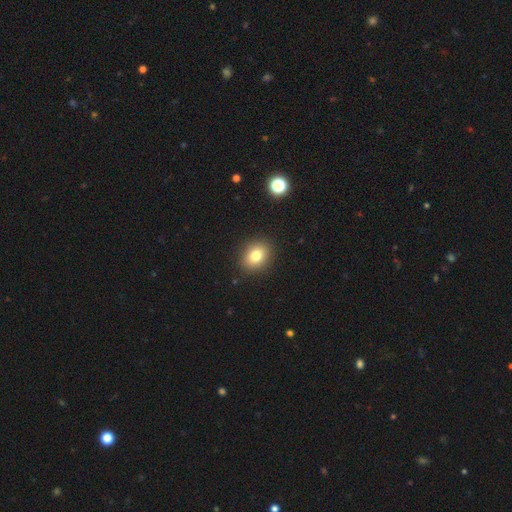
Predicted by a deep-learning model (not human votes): A smooth galaxy with no disk features (79%) that is round (53%). Merging: none (89%).